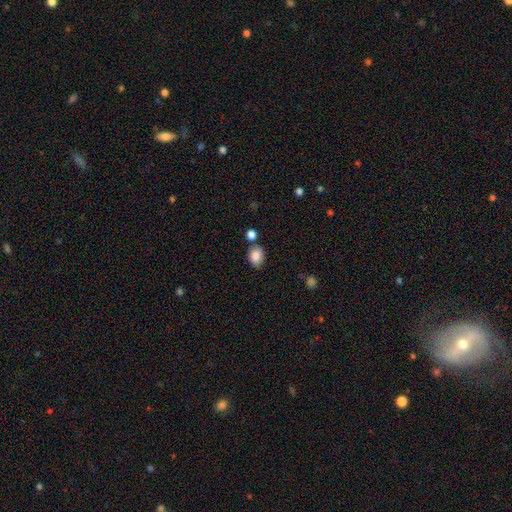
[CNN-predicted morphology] This appears to be a smooth galaxy with no disk features (85%) that is in between round and cigar-shaped (63%). Merging: none (70%).